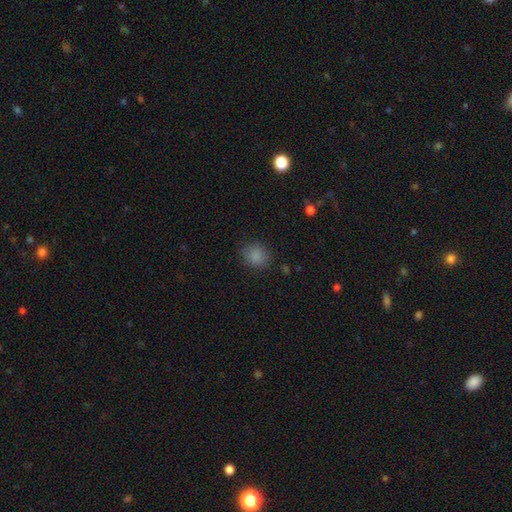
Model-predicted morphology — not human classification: Overall: smooth (85%). How rounded: round (75%). Merging: none (82%).